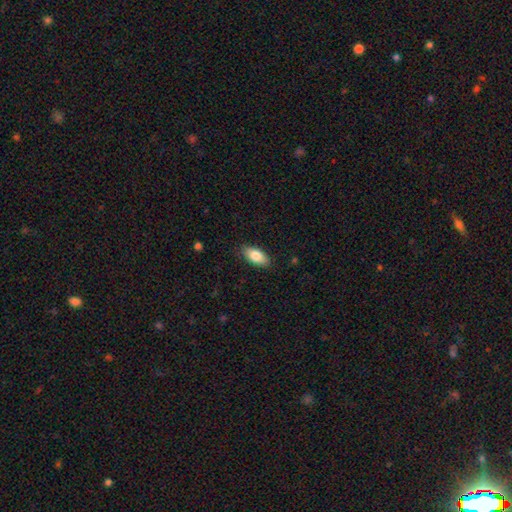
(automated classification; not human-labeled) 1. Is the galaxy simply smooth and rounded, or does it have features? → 82% smooth, 12% featured or disk, 6% star or artifact.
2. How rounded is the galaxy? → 89% in between, 9% cigar-shaped, 3% round.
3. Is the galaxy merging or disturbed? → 87% none, 10% minor disturbance, 2% major disturbance, 1% merger.